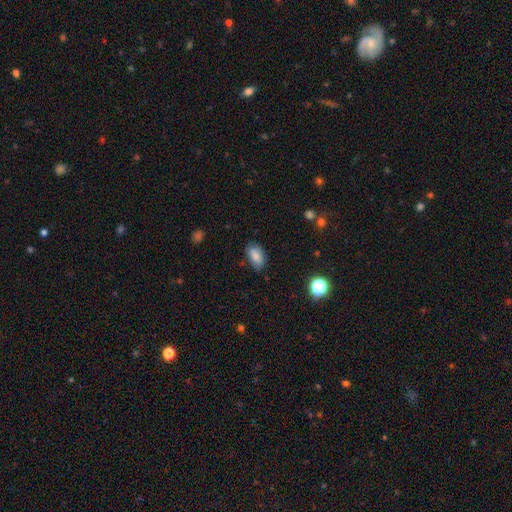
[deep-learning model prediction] Smooth or featured?
  - smooth: 84% *
  - star or artifact: 9%
  - featured or disk: 7%
How rounded?
  - in between: 91% *
  - round: 6%
  - cigar-shaped: 3%
Merging?
  - none: 74% *
  - minor disturbance: 21%
  - major disturbance: 4%
  - merger: 2%